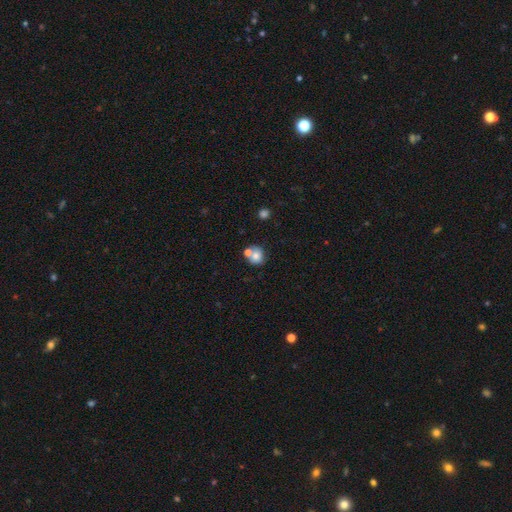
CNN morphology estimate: This is likely a smooth galaxy (74%). How rounded: likely round (75%). Merging: possibly none (48%).